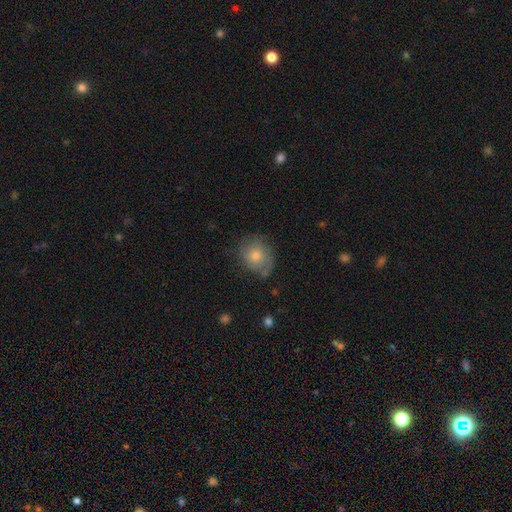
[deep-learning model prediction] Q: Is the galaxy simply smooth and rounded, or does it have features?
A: smooth — 59%.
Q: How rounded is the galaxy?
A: round — 69%.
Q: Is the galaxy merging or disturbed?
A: none — 66%.